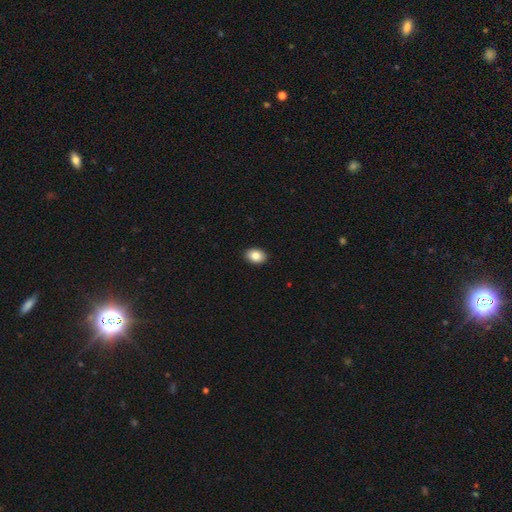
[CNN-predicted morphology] smooth-or-featured: smooth: 86% | star or artifact: 8% | featured or disk: 6%
  how-rounded: in between: 79% | round: 20% | cigar-shaped: 1%
  merging: none: 91% | minor disturbance: 6% | major disturbance: 2% | merger: 1%